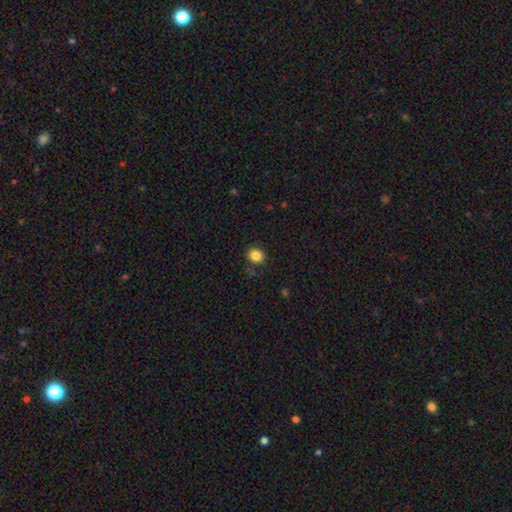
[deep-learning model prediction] This appears to be a smooth galaxy with no disk features (84%) that is round (75%). Merging: none (86%).